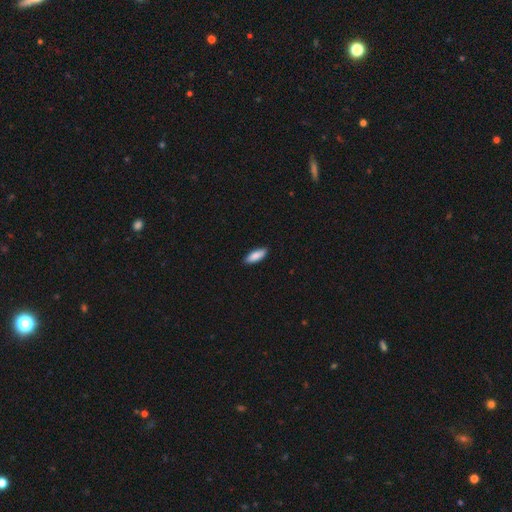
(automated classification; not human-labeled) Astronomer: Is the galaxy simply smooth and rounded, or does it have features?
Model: smooth — 88%.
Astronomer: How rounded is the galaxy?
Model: in between — 69%.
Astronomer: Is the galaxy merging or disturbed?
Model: none — 89%.